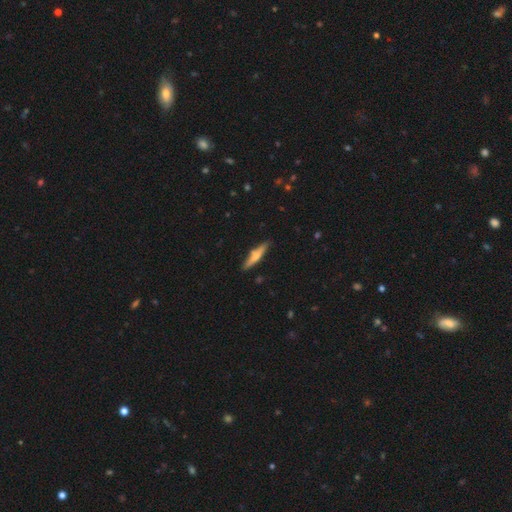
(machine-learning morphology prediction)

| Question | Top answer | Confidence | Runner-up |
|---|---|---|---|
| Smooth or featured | smooth | 47% | tied: featured or disk (47%) |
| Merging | none | 87% | minor disturbance (9%) |